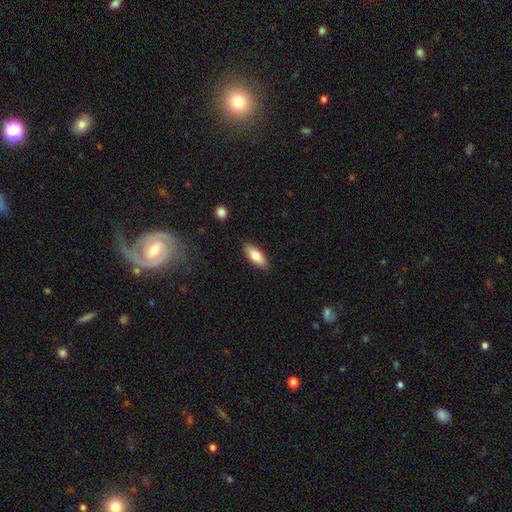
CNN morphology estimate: Smooth or featured? Predicted: smooth (p=0.78). How rounded? Predicted: in between (p=0.76). Merging? Predicted: none (p=0.88).